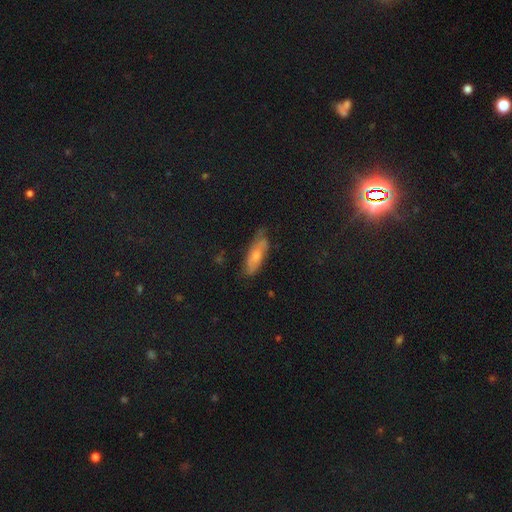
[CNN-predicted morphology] Smooth or featured: smooth — 51% (featured or disk — 41%)
How rounded: in between — 57% (cigar-shaped — 41%)
Merging: none — 62% (minor disturbance — 28%)